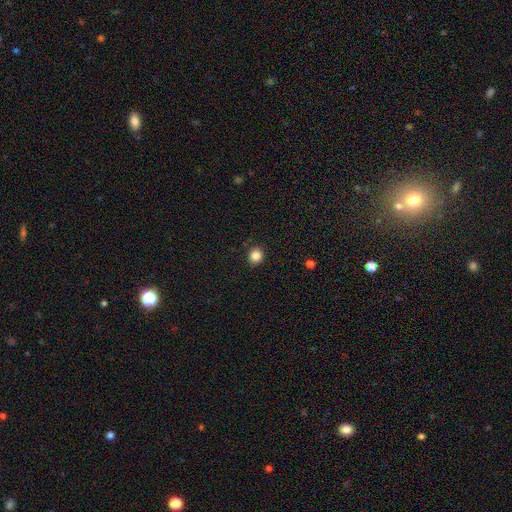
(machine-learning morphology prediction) A smooth galaxy with no disk features (85%) that is round (86%). Merging: none (90%).